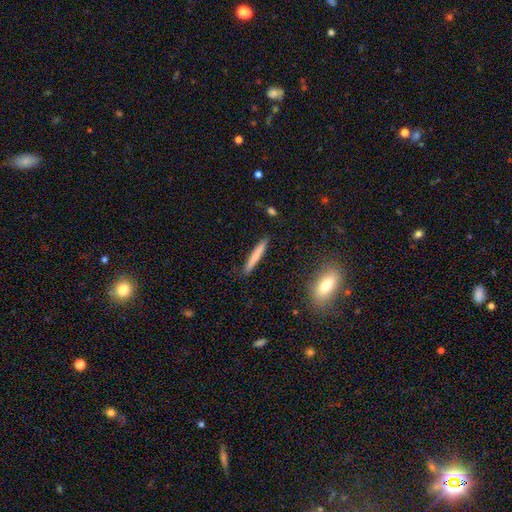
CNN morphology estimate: Smooth or featured: smooth — 75% (featured or disk — 19%)
How rounded: cigar-shaped — 95% (in between — 3%)
Merging: none — 90% (minor disturbance — 7%)